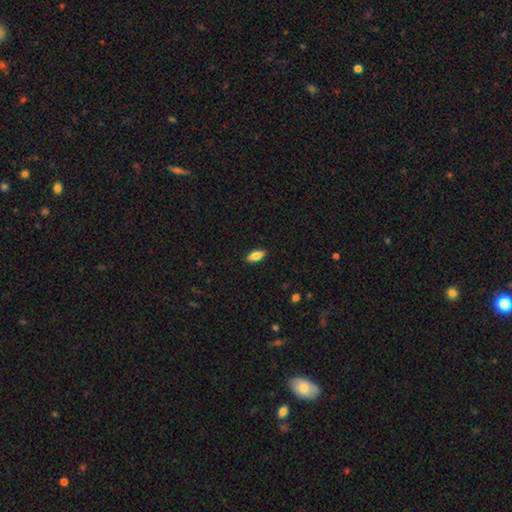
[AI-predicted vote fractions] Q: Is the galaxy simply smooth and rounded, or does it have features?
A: smooth — 85%.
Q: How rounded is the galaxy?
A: in between — 81%.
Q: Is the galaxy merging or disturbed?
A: none — 89%.